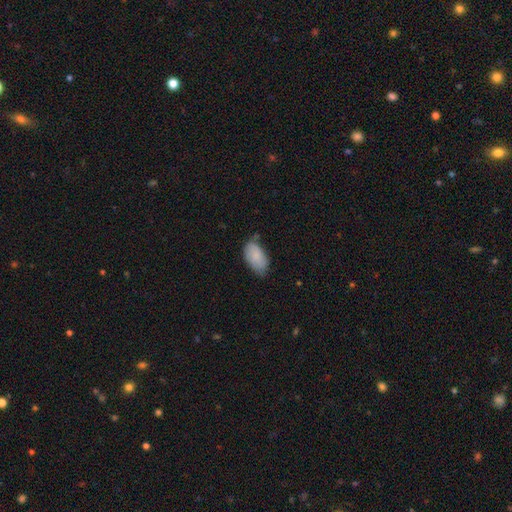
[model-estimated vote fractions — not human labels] Morphology: type=smooth (84%); roundness=in between (95%); merging=none (56%).